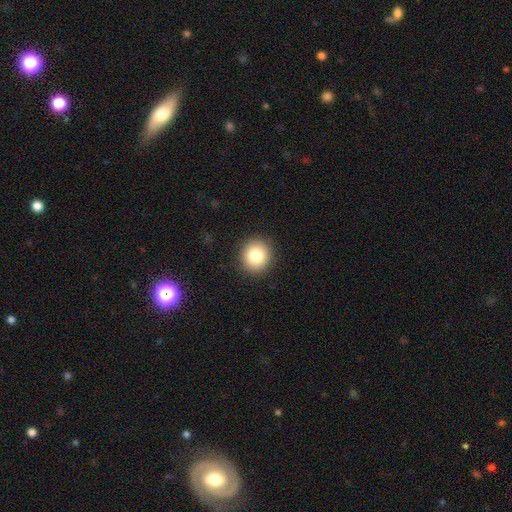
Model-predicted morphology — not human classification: The model was most divided on "smooth or featured": smooth: 81%, star or artifact: 10%, featured or disk: 9%. More confident: merging — none (91%); how rounded — round (88%).